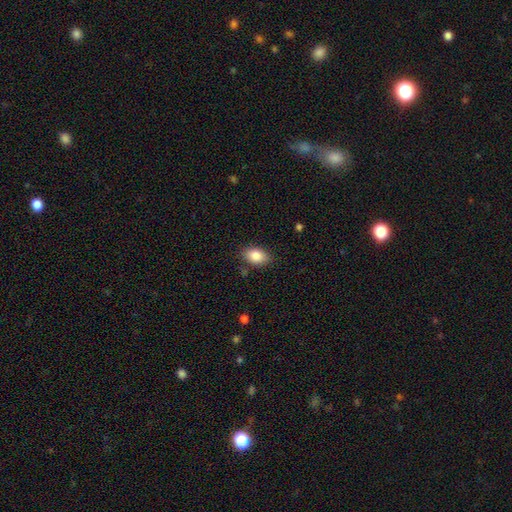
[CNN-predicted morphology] smooth-or-featured: smooth: 85% | star or artifact: 8% | featured or disk: 7%
  how-rounded: in between: 87% | round: 11% | cigar-shaped: 2%
  merging: none: 83% | minor disturbance: 12% | major disturbance: 3% | merger: 2%